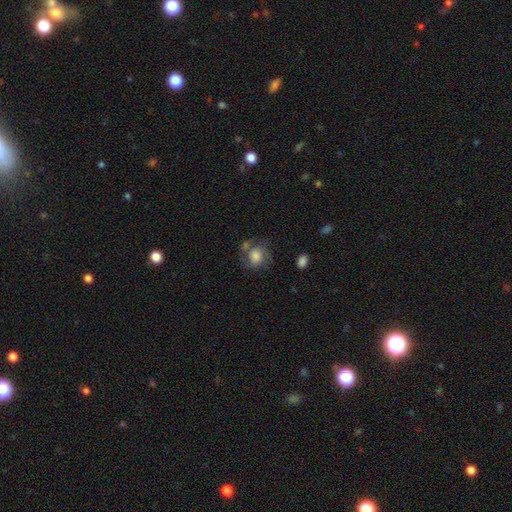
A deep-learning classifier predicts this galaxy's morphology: Overall: smooth (53%; featured or disk 38%). How rounded: round (70%). Merging: none (51%; minor disturbance 21%).